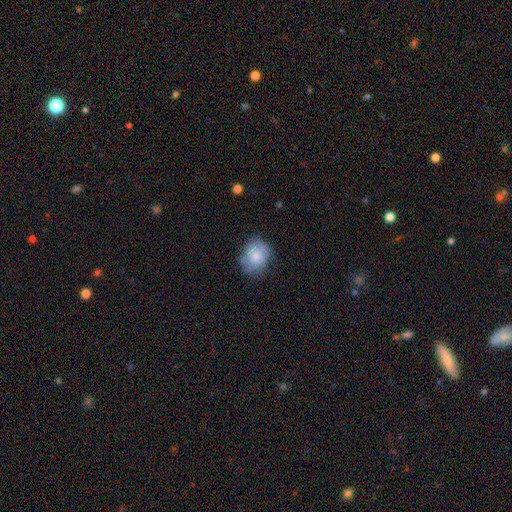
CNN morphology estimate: A smooth galaxy with no disk features (71%) that is in between round and cigar-shaped (55%). Merging: none (64%).